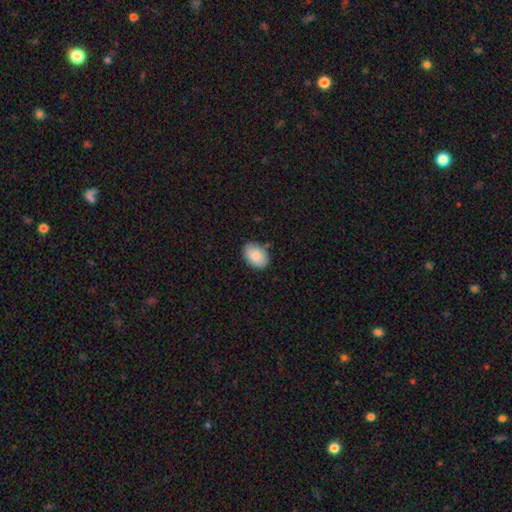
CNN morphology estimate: Smooth or featured? smooth (84%)
How rounded? in between (82%)
Merging? none (81%)